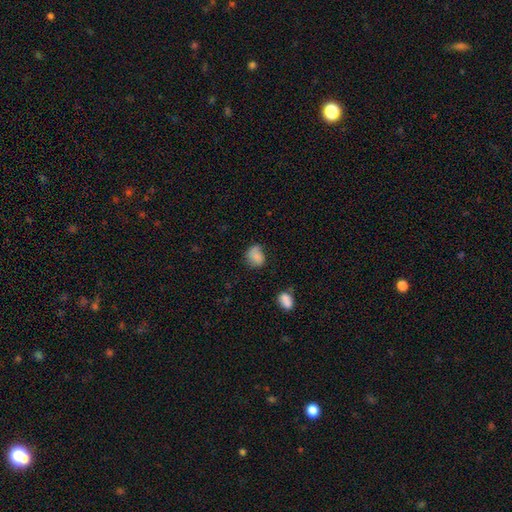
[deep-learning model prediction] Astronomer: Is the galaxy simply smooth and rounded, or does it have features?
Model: smooth — 79%.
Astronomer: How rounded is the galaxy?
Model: round — 51% (runner-up: in between, 48%).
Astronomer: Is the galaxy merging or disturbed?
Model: none — 53% (runner-up: minor disturbance, 32%).